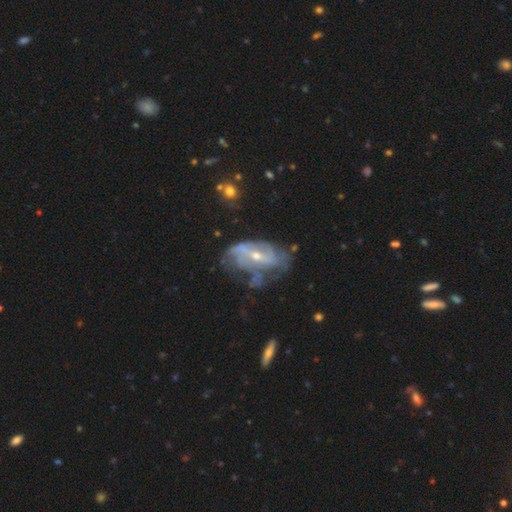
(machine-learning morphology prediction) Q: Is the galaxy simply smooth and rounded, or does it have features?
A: featured or disk — 80%.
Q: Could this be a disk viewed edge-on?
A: no — 94%.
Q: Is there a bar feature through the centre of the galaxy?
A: weak — 41%.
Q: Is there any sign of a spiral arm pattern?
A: yes — 79%.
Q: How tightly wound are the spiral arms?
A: medium — 38%.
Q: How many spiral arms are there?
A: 2 — 39%.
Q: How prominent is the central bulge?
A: small — 56%.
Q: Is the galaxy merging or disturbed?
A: none — 41%.